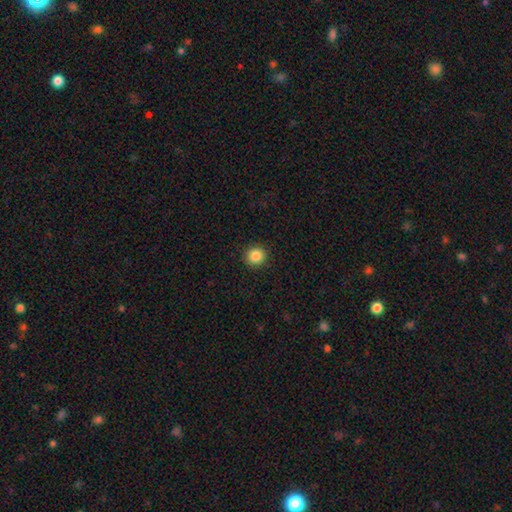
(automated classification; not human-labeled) Smooth or featured: smooth — 86% (star or artifact — 10%)
How rounded: round — 93% (in between — 6%)
Merging: none — 92% (minor disturbance — 5%)